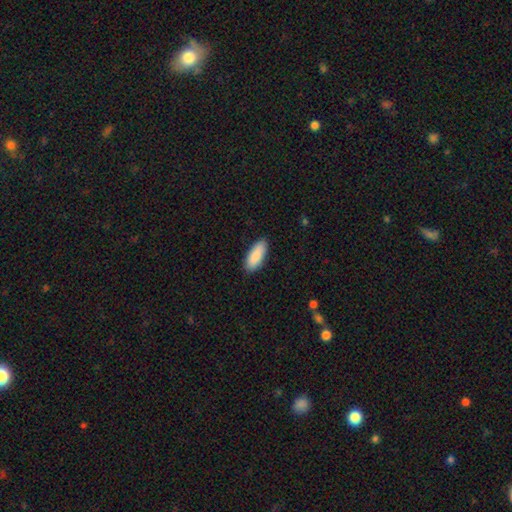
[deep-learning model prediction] This appears to be a smooth galaxy with no disk features (89%) that is in between round and cigar-shaped (79%). Merging: none (88%).